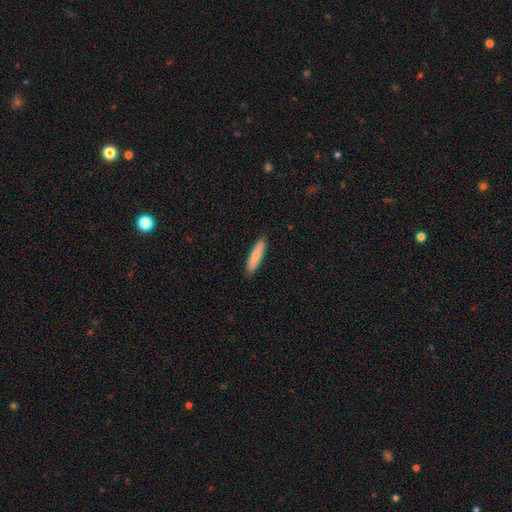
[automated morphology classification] smooth-or-featured: smooth: 73% | featured or disk: 21% | star or artifact: 6%
  how-rounded: cigar-shaped: 78% | in between: 20% | round: 2%
  merging: none: 88% | minor disturbance: 9% | major disturbance: 2% | merger: 1%